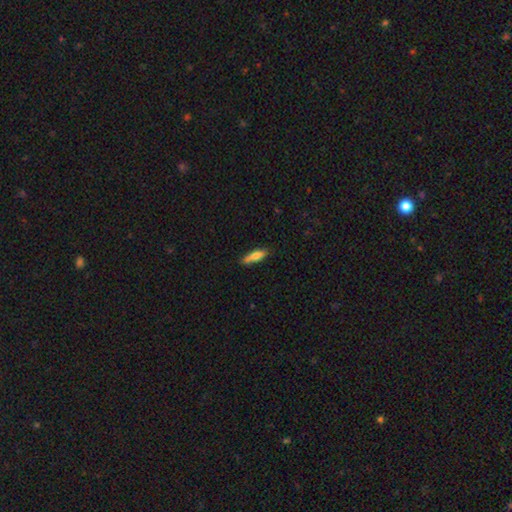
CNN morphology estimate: Overall: smooth (75%). How rounded: cigar-shaped (58%; in between 40%). Merging: none (63%; minor disturbance 26%).